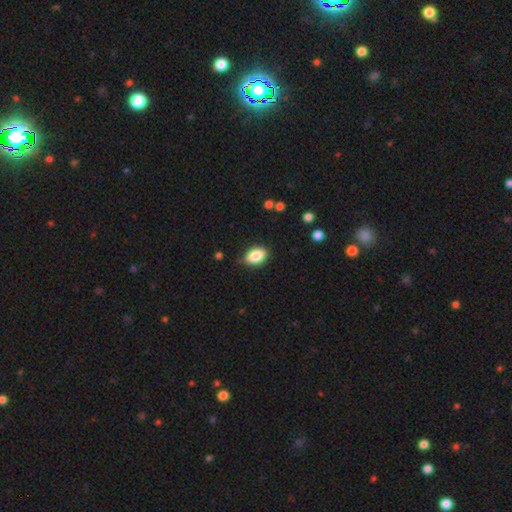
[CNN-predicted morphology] Smooth or featured?
  - smooth: 84% *
  - featured or disk: 8%
  - star or artifact: 8%
How rounded?
  - in between: 87% *
  - round: 11%
  - cigar-shaped: 2%
Merging?
  - none: 81% *
  - minor disturbance: 15%
  - major disturbance: 3%
  - merger: 1%